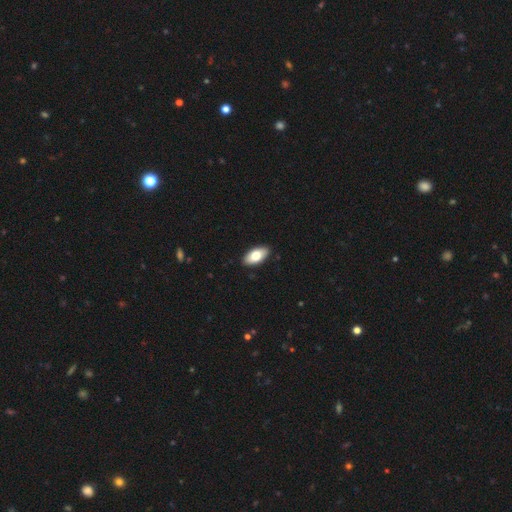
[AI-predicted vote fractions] Smooth or featured?
  - smooth: 79% *
  - featured or disk: 15%
  - star or artifact: 6%
How rounded?
  - in between: 93% *
  - cigar-shaped: 4%
  - round: 3%
Merging?
  - none: 90% *
  - minor disturbance: 7%
  - major disturbance: 2%
  - merger: 1%